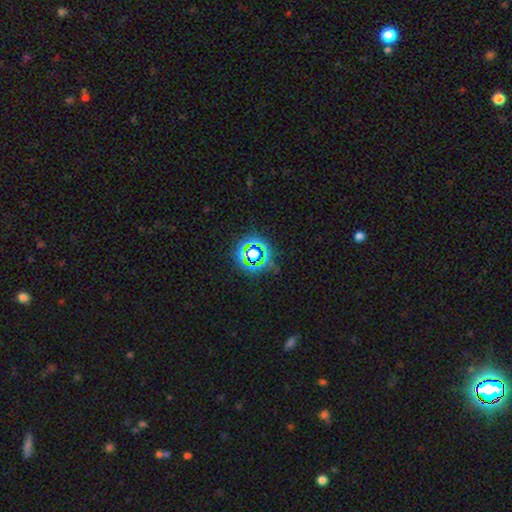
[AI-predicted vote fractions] This is likely a star or artifact rather than a galaxy (62%).